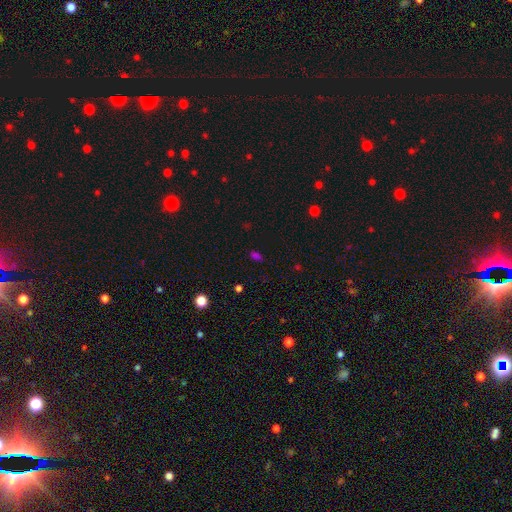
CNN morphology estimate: Smooth or featured: smooth — 61% (star or artifact — 32%)
How rounded: in between — 83% (round — 11%)
Merging: none — 80% (minor disturbance — 13%)